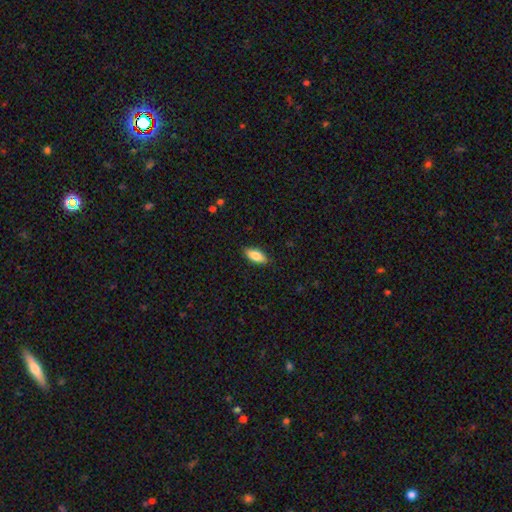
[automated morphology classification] This is likely a smooth galaxy (78%). How rounded: likely in between (77%). Merging: clearly none (86%).